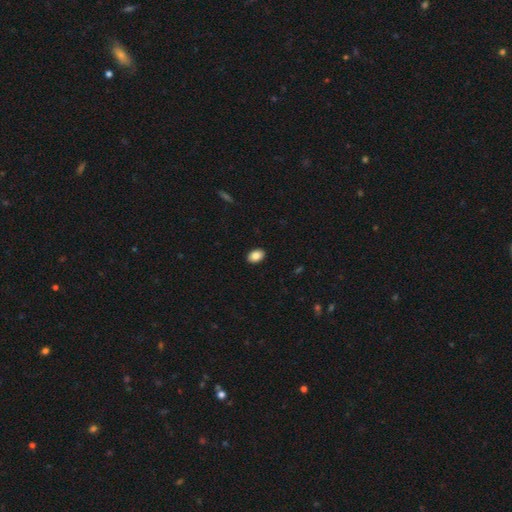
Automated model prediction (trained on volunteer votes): smooth_or_featured: smooth (p=0.86) [alt: star or artifact p=0.08]
how_rounded: in between (p=0.85) [alt: round p=0.14]
merging: none (p=0.90) [alt: minor disturbance p=0.07]